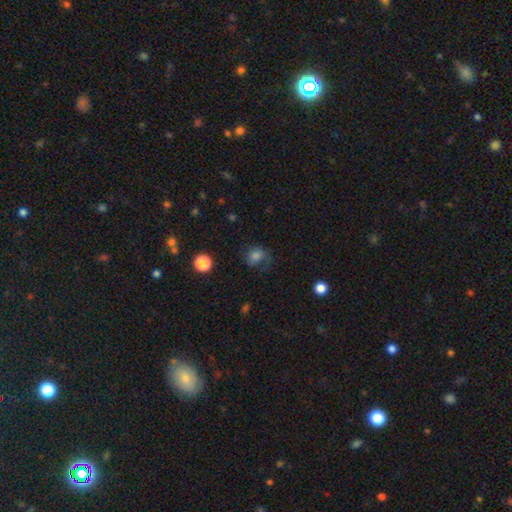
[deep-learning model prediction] This appears to be a smooth galaxy with no disk features (64%) that is round (51%). Merging: none (43%).